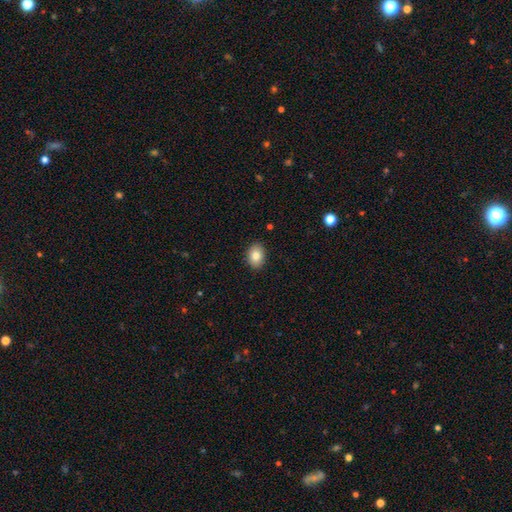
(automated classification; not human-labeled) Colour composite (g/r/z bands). It shows a smooth galaxy with no disk features (83%) that is in between round and cigar-shaped (76%). Merging: none (89%).